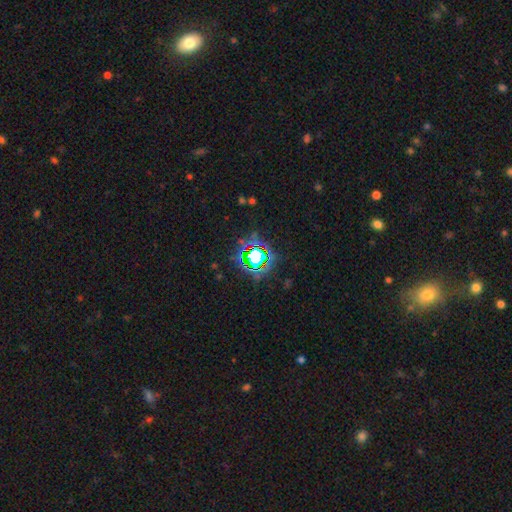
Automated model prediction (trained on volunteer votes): smooth_or_featured: star or artifact (p=0.71) [alt: smooth p=0.17]